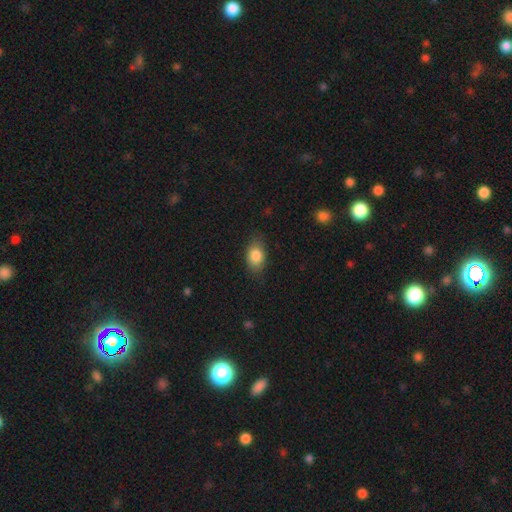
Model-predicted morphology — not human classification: The model was most divided on "merging": none: 80%, minor disturbance: 16%, major disturbance: 4%, merger: 1%. More confident: how rounded — in between (85%); smooth or featured — smooth (84%).